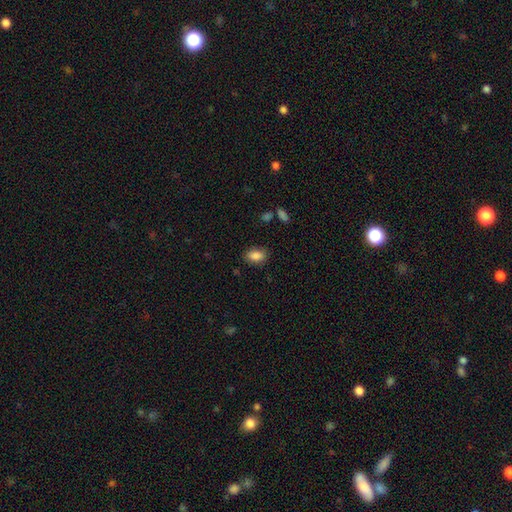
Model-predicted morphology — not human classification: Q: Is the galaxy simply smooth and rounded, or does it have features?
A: smooth — 87%.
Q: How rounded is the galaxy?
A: in between — 87%.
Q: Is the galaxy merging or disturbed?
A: none — 84%.